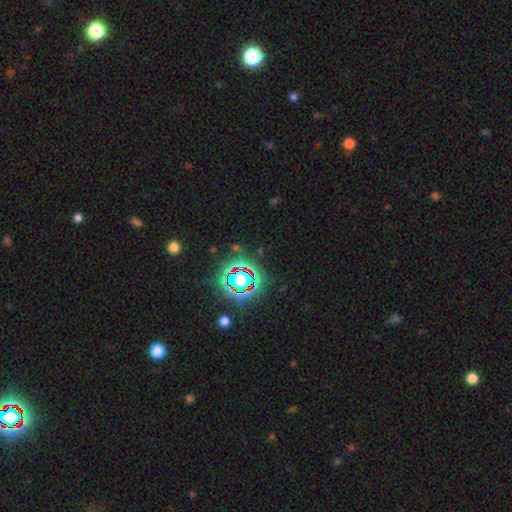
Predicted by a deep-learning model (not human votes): The model was most divided on "smooth or featured": star or artifact: 79%, smooth: 13%, featured or disk: 8%.